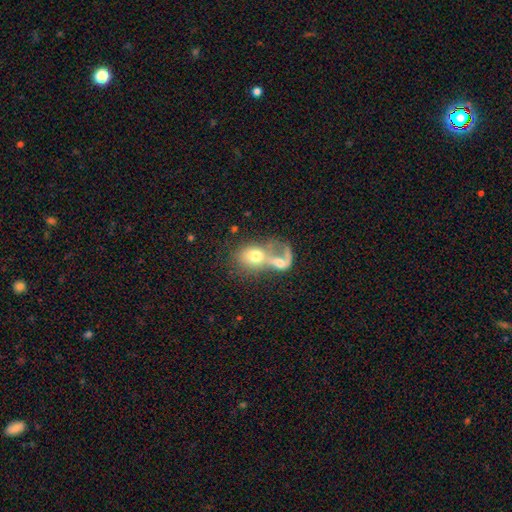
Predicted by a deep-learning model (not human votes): Overall: smooth (62%; featured or disk 29%). How rounded: in between (55%; round 43%). Merging: merger (70%).